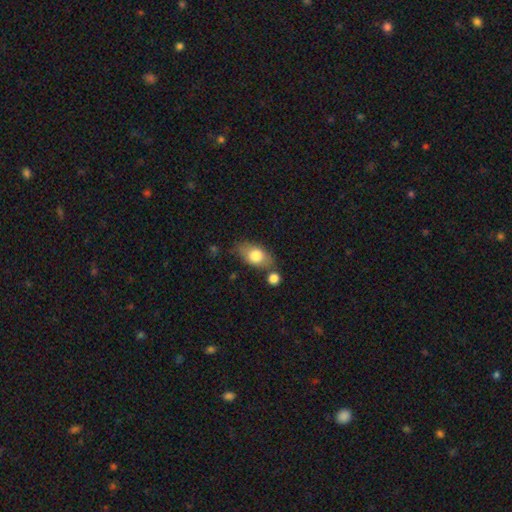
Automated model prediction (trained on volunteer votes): Morphology: type=smooth (75%); roundness=in between (85%); merging=none (65%).